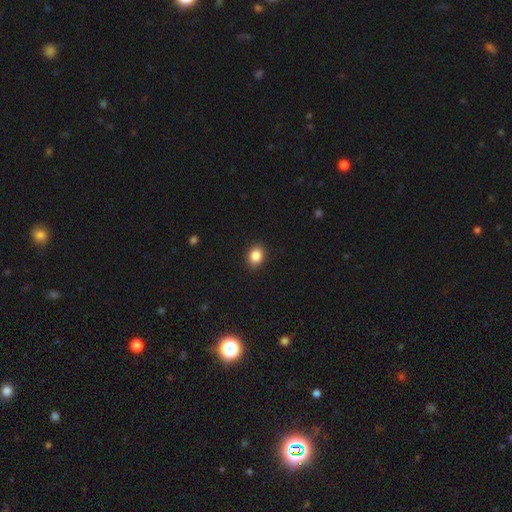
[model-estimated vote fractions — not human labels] This appears to be a smooth galaxy with no disk features (86%) that is in between round and cigar-shaped (52%). Merging: none (90%).